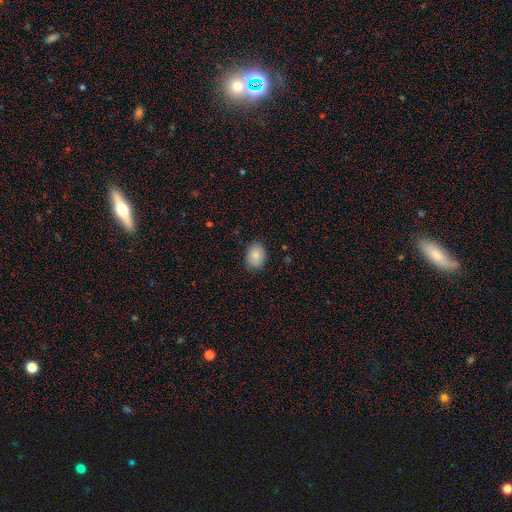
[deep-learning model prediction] This appears to be a smooth galaxy with no disk features (83%) that is in between round and cigar-shaped (70%). Merging: none (85%).